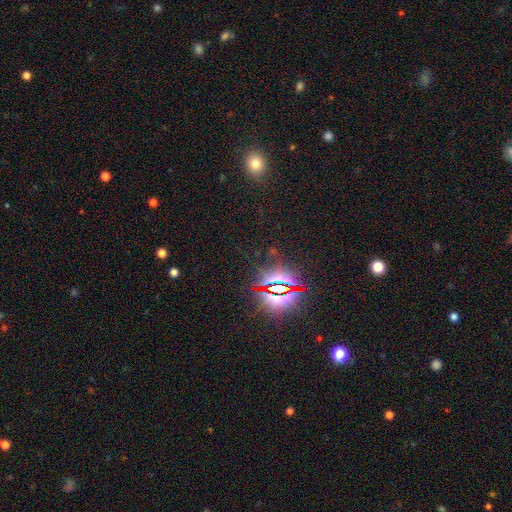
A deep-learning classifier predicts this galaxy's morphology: Smooth or featured?
  - star or artifact: 80% *
  - smooth: 14%
  - featured or disk: 7%